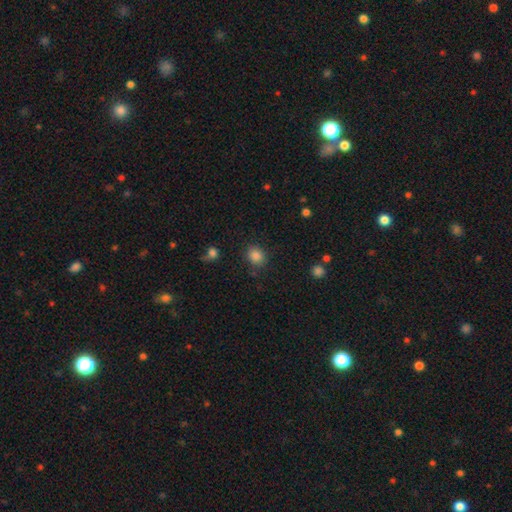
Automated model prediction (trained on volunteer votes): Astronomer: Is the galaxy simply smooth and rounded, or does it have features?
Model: smooth — 85%.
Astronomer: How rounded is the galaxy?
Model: round — 74%.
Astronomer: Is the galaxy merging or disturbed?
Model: none — 84%.